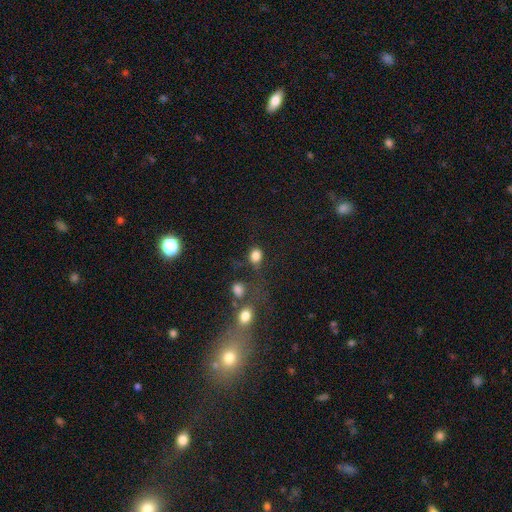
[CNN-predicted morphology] type=smooth (82%); roundness=round (59%); merging=none (61%).